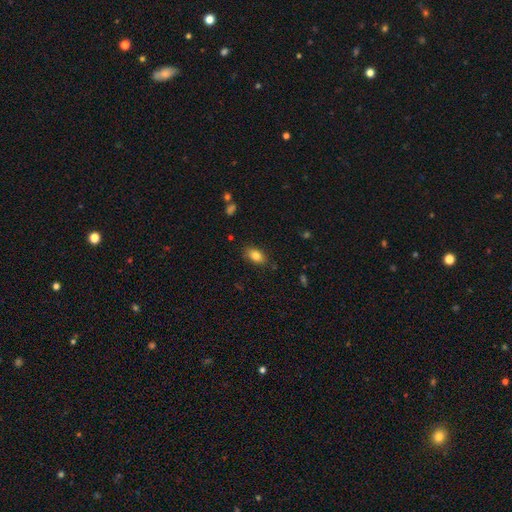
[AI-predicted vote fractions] Smooth or featured? smooth (82%)
How rounded? in between (89%)
Merging? none (83%)